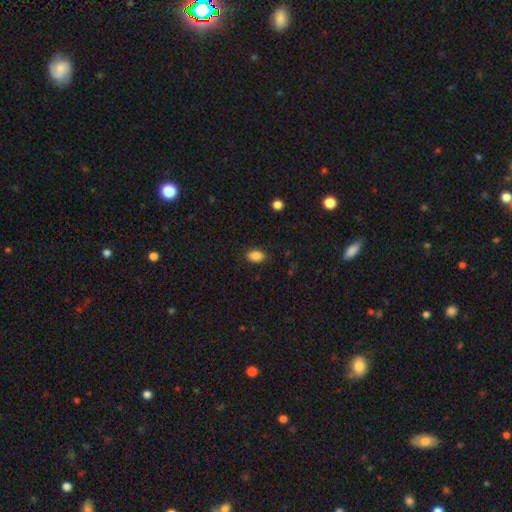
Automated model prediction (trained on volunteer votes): smooth-or-featured: smooth: 87% | star or artifact: 9% | featured or disk: 4%
  how-rounded: in between: 81% | round: 17% | cigar-shaped: 1%
  merging: none: 88% | minor disturbance: 9% | major disturbance: 2% | merger: 1%